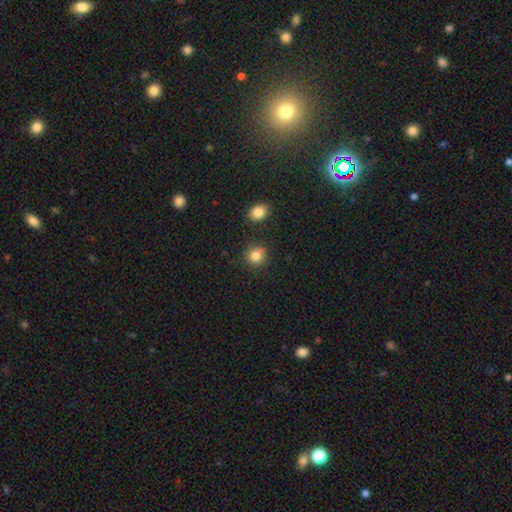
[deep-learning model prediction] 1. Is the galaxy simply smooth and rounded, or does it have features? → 83% smooth, 11% star or artifact, 6% featured or disk.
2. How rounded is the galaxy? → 87% round, 12% in between, 1% cigar-shaped.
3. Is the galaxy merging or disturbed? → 80% none, 10% minor disturbance, 7% merger, 3% major disturbance.